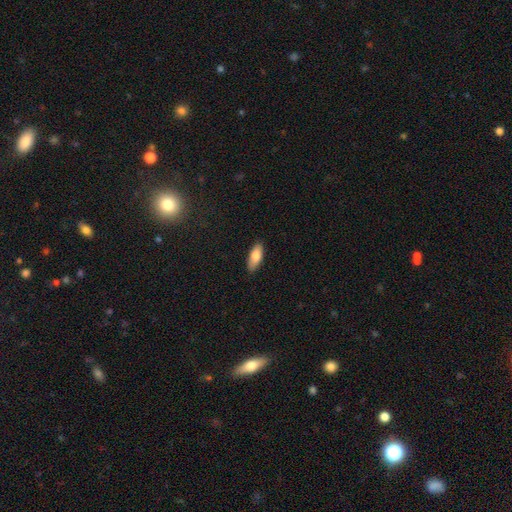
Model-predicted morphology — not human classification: smooth_or_featured: smooth (p=0.79) [alt: featured or disk p=0.15]
how_rounded: in between (p=0.77) [alt: cigar-shaped p=0.21]
merging: none (p=0.88) [alt: minor disturbance p=0.09]